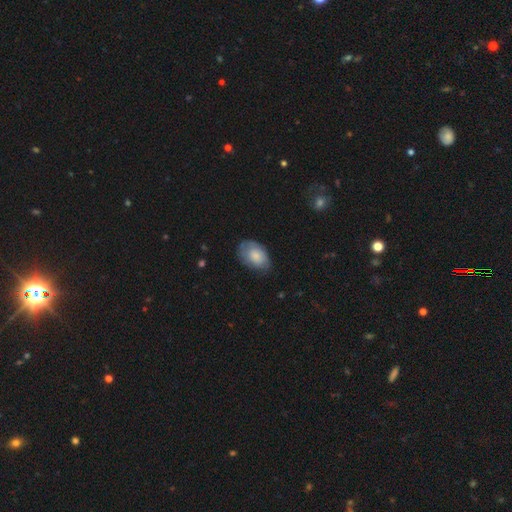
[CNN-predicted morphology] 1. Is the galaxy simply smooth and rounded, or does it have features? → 70% smooth, 23% featured or disk, 7% star or artifact.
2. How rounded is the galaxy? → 87% in between, 12% round, 1% cigar-shaped.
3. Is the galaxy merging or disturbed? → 63% none, 29% minor disturbance, 8% major disturbance, 1% merger.